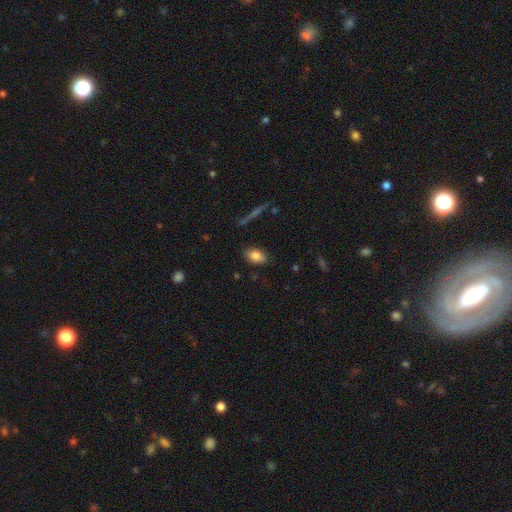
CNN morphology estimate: smooth_or_featured: smooth (p=0.83) [alt: featured or disk p=0.10]
how_rounded: in between (p=0.90) [alt: round p=0.08]
merging: none (p=0.84) [alt: minor disturbance p=0.12]